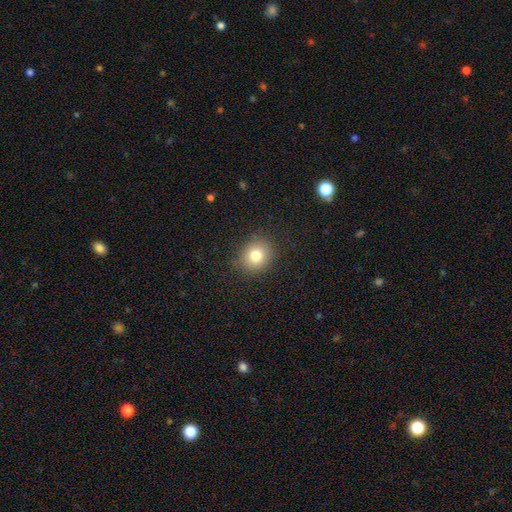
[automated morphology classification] A smooth galaxy with no disk features (80%) that is round (75%).

Vote fractions:
- Smooth or featured? smooth: 80% / star or artifact: 11% / featured or disk: 9%
- How rounded? round: 75% / in between: 24% / cigar-shaped: 1%
- Merging? none: 84% / minor disturbance: 12% / major disturbance: 3% / merger: 1%